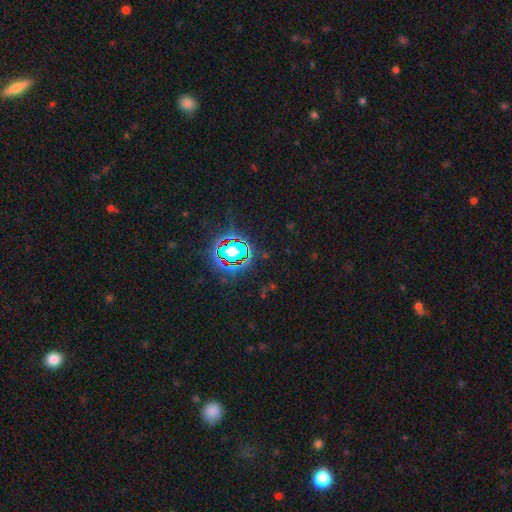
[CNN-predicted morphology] smooth-or-featured: star or artifact: 82% | smooth: 11% | featured or disk: 7%